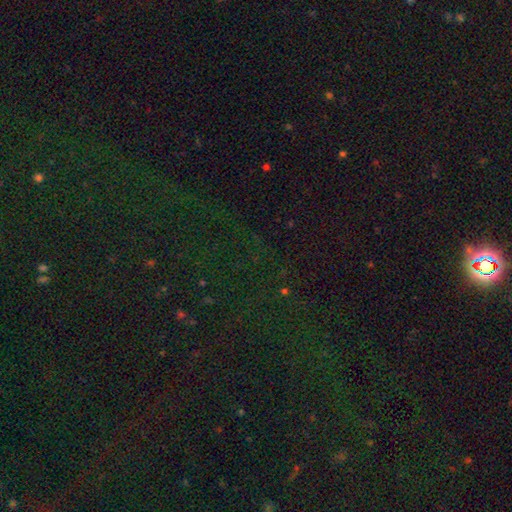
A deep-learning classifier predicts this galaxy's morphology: Overall: star or artifact (80%).